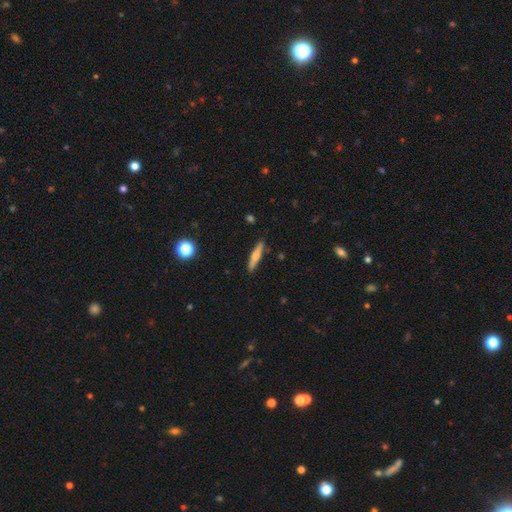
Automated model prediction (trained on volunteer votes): smooth 54%, featured or disk 39%, star or artifact 7%. Down the decision tree: how rounded — cigar-shaped (86%); merging — none (88%).